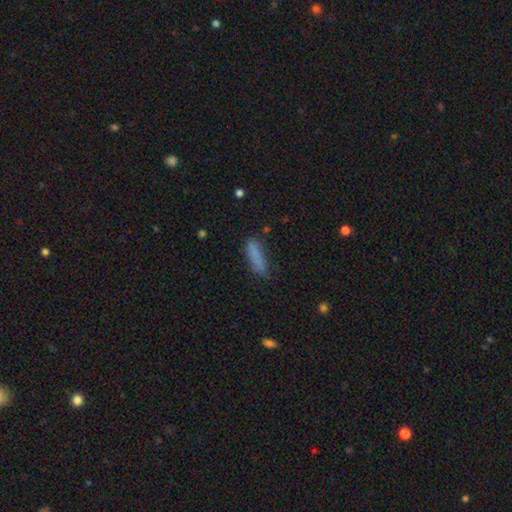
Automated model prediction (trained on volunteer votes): The model was most divided on "how rounded": cigar-shaped: 72%, in between: 27%, round: 2%. More confident: smooth or featured — smooth (82%); merging — none (70%).